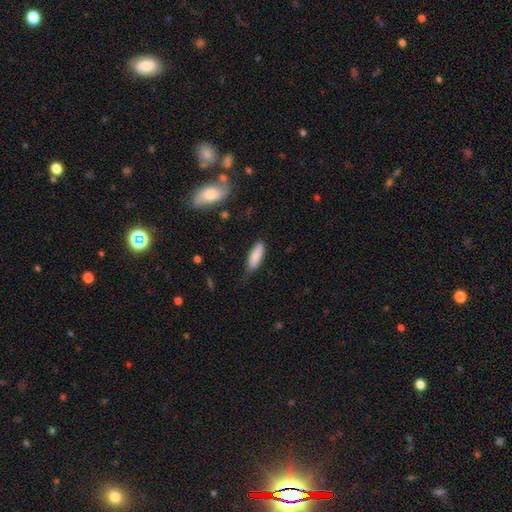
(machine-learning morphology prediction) Smooth or featured?
  - smooth: 85% *
  - featured or disk: 9%
  - star or artifact: 6%
How rounded?
  - in between: 55% *
  - cigar-shaped: 43%
  - round: 2%
Merging?
  - none: 66% *
  - minor disturbance: 27%
  - major disturbance: 5%
  - merger: 2%